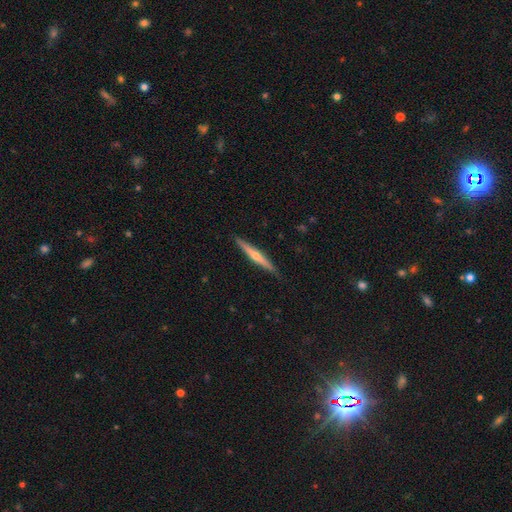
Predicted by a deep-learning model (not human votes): smooth-or-featured: featured or disk: 64% | smooth: 31% | star or artifact: 6%
  disk-edge-on: yes: 97% | no: 3%
    edge-on-bulge: rounded: 80% | none: 17% | boxy: 4%
  merging: none: 88% | minor disturbance: 9% | major disturbance: 2% | merger: 1%